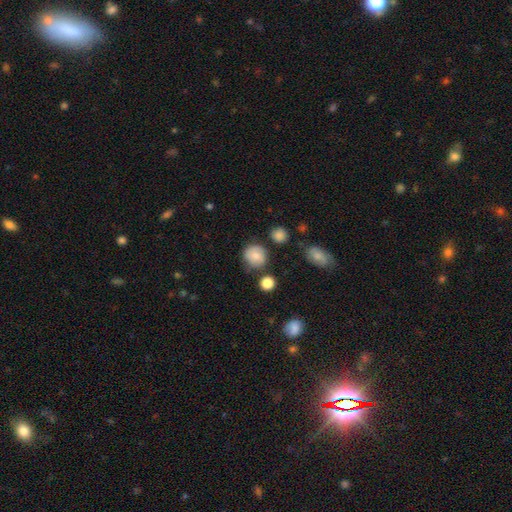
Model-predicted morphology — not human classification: Overall: smooth (76%). How rounded: round (84%). Merging: none (73%).